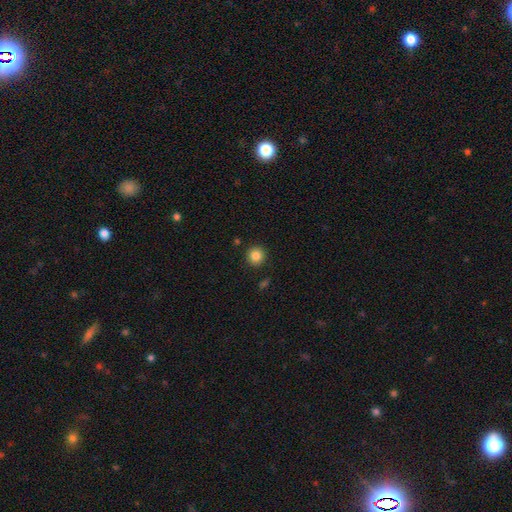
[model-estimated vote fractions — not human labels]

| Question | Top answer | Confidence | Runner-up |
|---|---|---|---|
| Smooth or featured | smooth | 85% | star or artifact (10%) |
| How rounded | round | 93% | in between (6%) |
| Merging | none | 90% | minor disturbance (6%) |